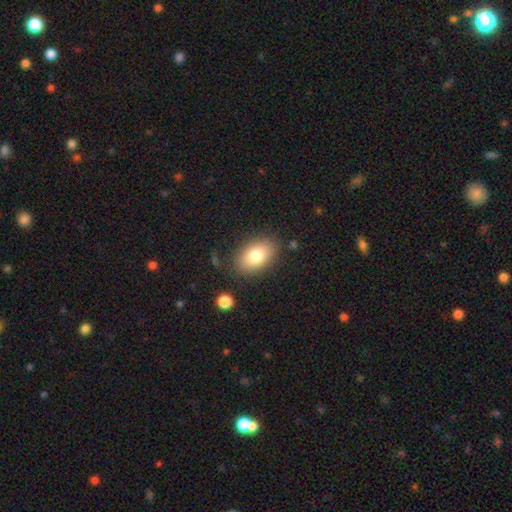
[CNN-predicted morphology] Overall: smooth (80%). How rounded: in between (87%). Merging: none (82%).